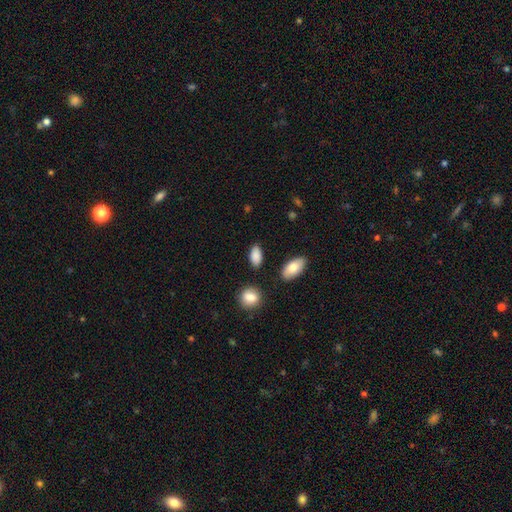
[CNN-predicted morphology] Q: Smooth or featured?
A: smooth (88%); runner-up: star or artifact (7%)
Q: How rounded?
A: in between (91%); runner-up: round (5%)
Q: Merging?
A: none (83%); runner-up: minor disturbance (11%)